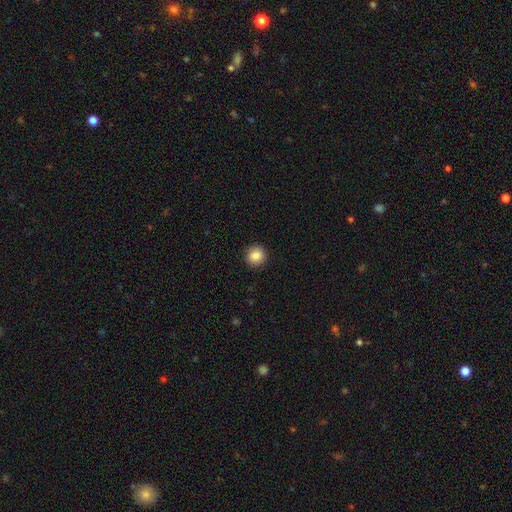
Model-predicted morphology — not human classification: smooth_or_featured: smooth (p=0.87) [alt: star or artifact p=0.09]
how_rounded: round (p=0.92) [alt: in between p=0.08]
merging: none (p=0.90) [alt: minor disturbance p=0.07]